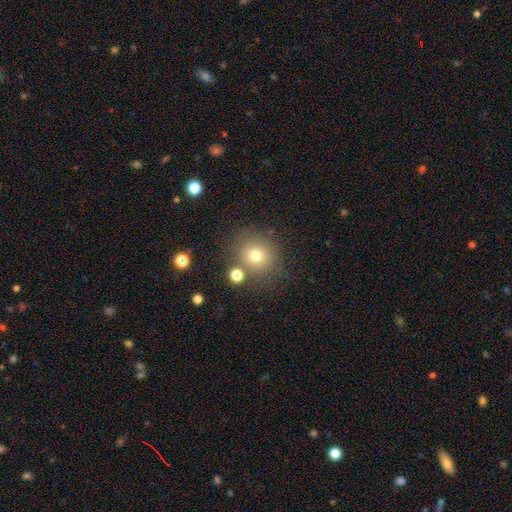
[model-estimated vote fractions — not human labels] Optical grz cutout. It shows a smooth galaxy with no disk features (73%) that is round (87%). Merging: none (77%).